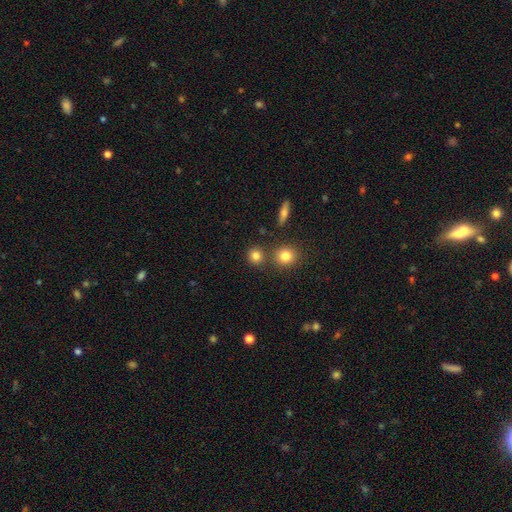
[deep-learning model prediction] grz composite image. It shows a smooth galaxy with no disk features (81%) that is round (88%). Merging: none (76%).